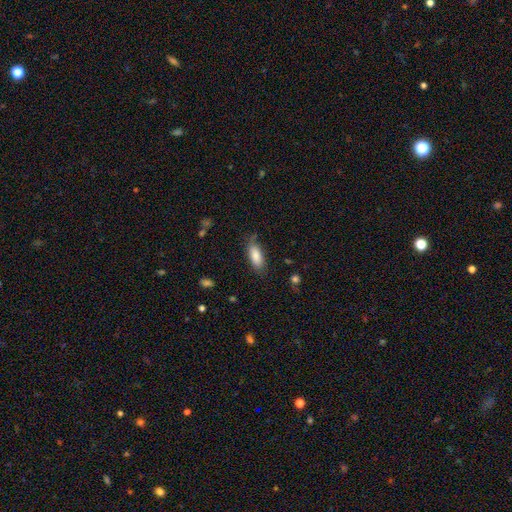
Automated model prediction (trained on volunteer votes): Smooth or featured? Predicted: smooth (p=0.83). How rounded? Predicted: in between (p=0.77). Merging? Predicted: none (p=0.69).